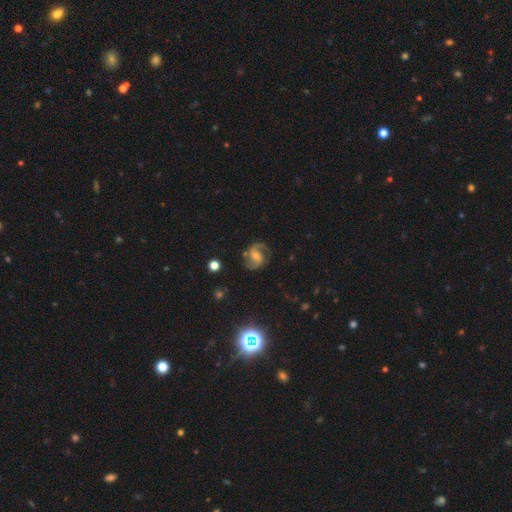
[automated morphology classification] smooth-or-featured: featured or disk: 86% | star or artifact: 7% | smooth: 7%
  disk-edge-on: no: 98% | yes: 2%
    bar: weak: 46% | no: 39% | strong: 15%
    has-spiral-arms: yes: 97% | no: 3%
      spiral-winding: medium: 56% | loose: 28% | tight: 16%
      spiral-arm-count: 2: 91% | can't tell: 3% | 1: 2% | 3: 2% | 4: 1% | more than 4: 1%
    bulge-size: moderate: 49% | small: 39% | none: 6% | large: 5% | dominant: 1%
  merging: none: 79% | minor disturbance: 14% | major disturbance: 6% | merger: 2%